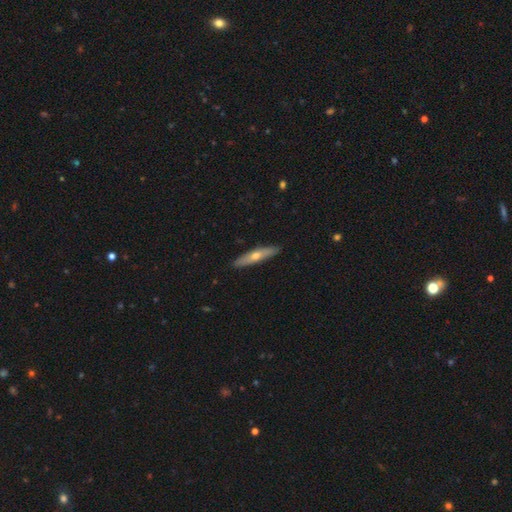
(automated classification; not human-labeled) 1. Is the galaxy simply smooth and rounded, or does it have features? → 49% featured or disk, 46% smooth, 6% star or artifact.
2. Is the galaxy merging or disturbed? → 90% none, 7% minor disturbance, 1% major disturbance, 1% merger.